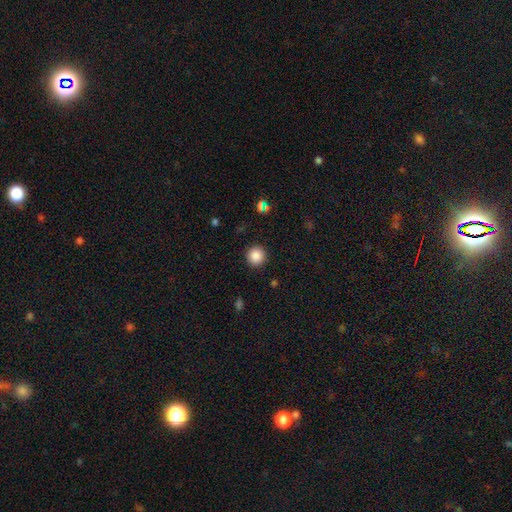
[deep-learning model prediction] Smooth or featured: smooth — 87% (star or artifact — 10%)
How rounded: round — 95% (in between — 4%)
Merging: none — 92% (minor disturbance — 5%)